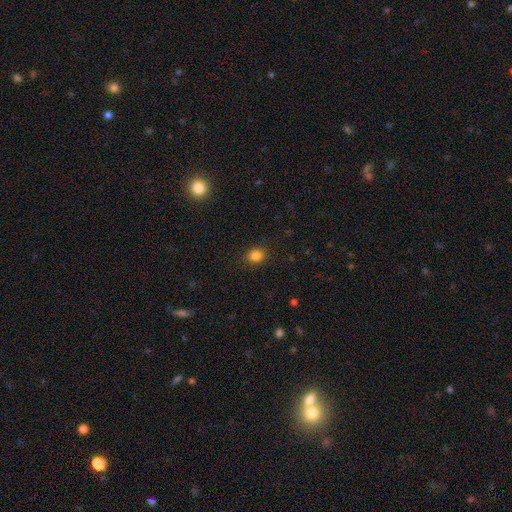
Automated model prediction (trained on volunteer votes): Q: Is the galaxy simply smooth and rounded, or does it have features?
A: smooth — 84%.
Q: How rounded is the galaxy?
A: round — 75%.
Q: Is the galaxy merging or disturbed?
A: none — 89%.